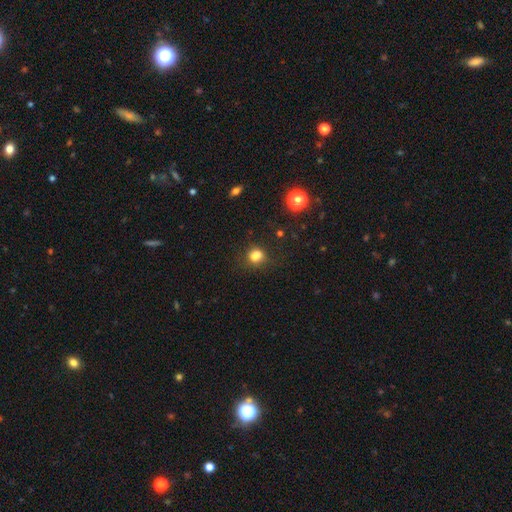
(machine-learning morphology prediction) smooth-or-featured: smooth: 76% | star or artifact: 15% | featured or disk: 9%
  how-rounded: round: 64% | in between: 35% | cigar-shaped: 1%
  merging: none: 53% | merger: 23% | minor disturbance: 17% | major disturbance: 7%